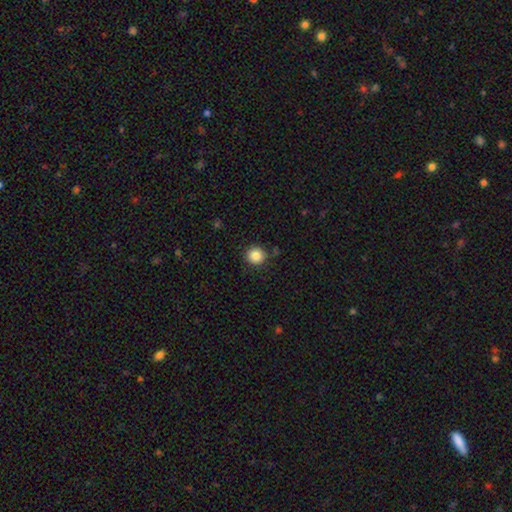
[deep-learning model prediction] This is clearly a smooth galaxy (85%). How rounded: clearly round (93%). Merging: clearly none (88%).